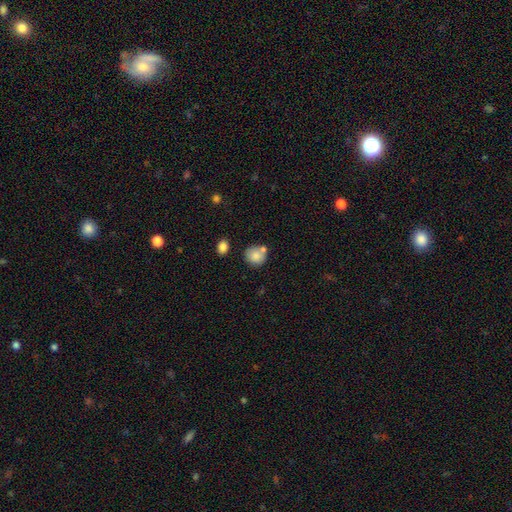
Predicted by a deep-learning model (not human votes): smooth-or-featured: smooth: 81% | featured or disk: 10% | star or artifact: 8%
  how-rounded: round: 84% | in between: 15% | cigar-shaped: 1%
  merging: none: 59% | merger: 21% | minor disturbance: 15% | major disturbance: 4%